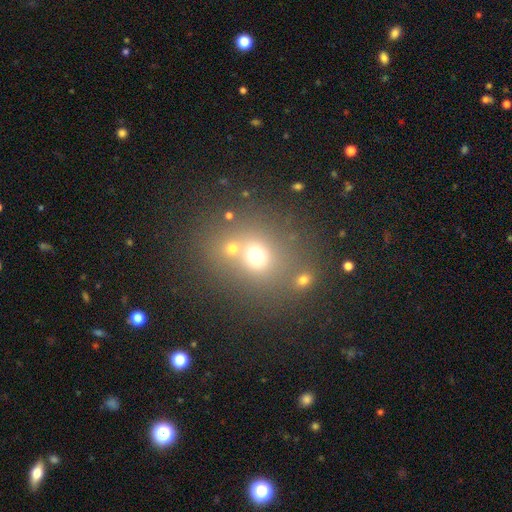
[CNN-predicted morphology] Smooth or featured? Predicted: smooth (p=0.65). How rounded? Predicted: round (p=0.70). Merging? Predicted: none (p=0.52).